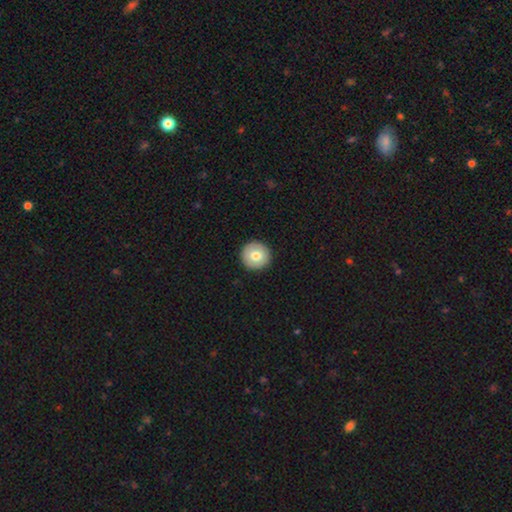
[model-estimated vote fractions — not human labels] A smooth galaxy with no disk features (76%) that is round (96%). Merging: none (93%).